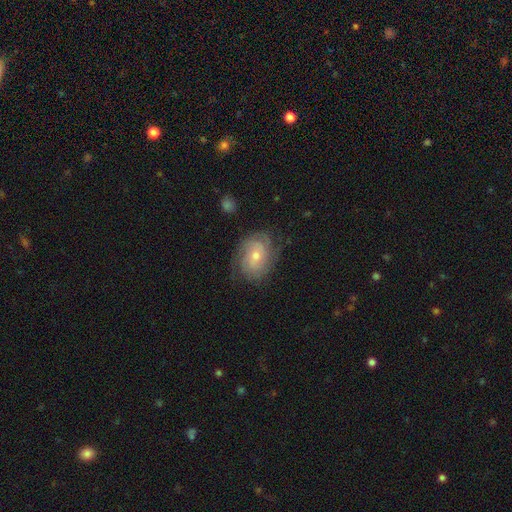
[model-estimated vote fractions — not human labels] Smooth or featured? featured or disk (63%)
Edge-on disk? no (96%)
Bar? no (71%)
Spiral arms? yes (85%)
Spiral winding? tight (57%)
Spiral arm count? can't tell (42%)
Bulge size? moderate (48%, tied with small)
Merging? none (70%)